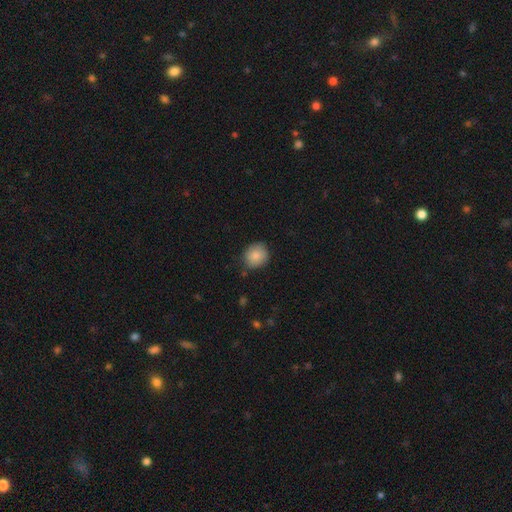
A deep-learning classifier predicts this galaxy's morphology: A smooth galaxy with no disk features (84%) that is round (80%). Merging: none (79%).